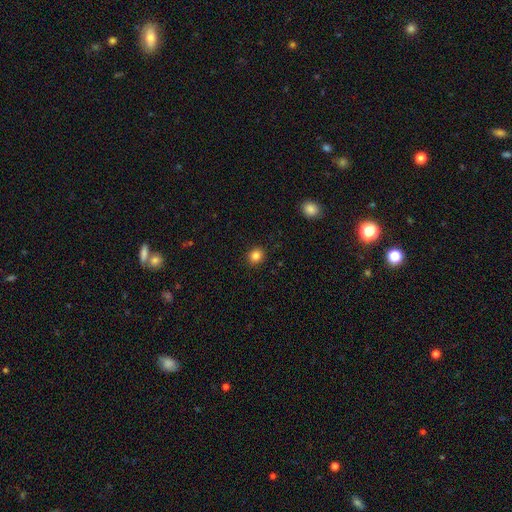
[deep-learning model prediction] smooth-or-featured: smooth: 84% | star or artifact: 11% | featured or disk: 5%
  how-rounded: round: 79% | in between: 20% | cigar-shaped: 1%
  merging: none: 91% | minor disturbance: 6% | major disturbance: 2% | merger: 1%